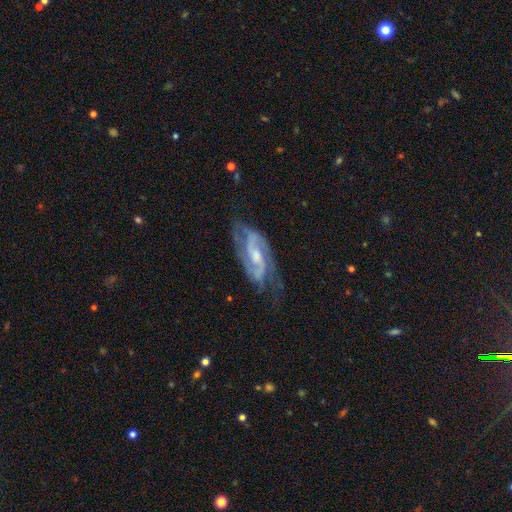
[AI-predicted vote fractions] Smooth or featured? featured or disk (89%)
Edge-on disk? no (95%)
Bar? weak (51%)
Spiral arms? yes (97%)
Spiral winding? medium (55%)
Spiral arm count? 2 (86%)
Bulge size? moderate (47%)
Merging? none (68%)